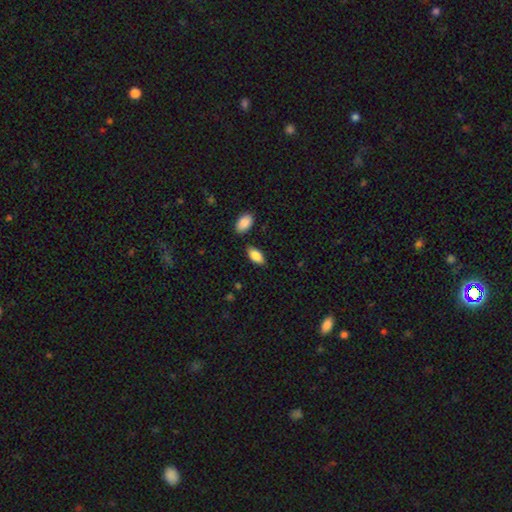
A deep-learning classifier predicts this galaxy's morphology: Smooth or featured? smooth (85%)
How rounded? in between (90%)
Merging? none (83%)